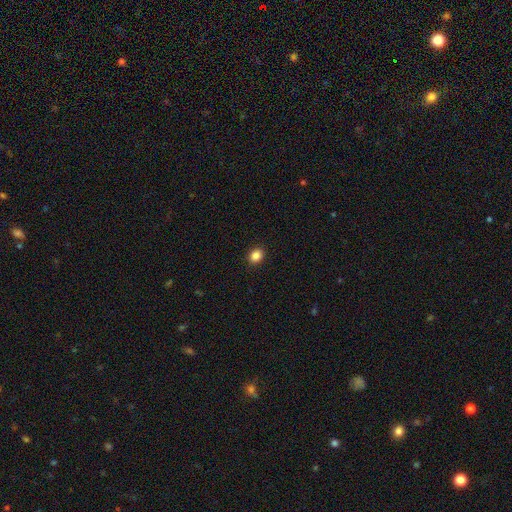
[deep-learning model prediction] This appears to be a smooth galaxy with no disk features (86%) that is round (58%). Merging: none (92%).